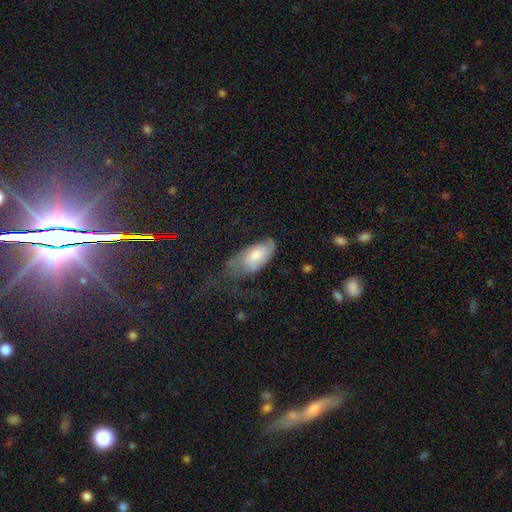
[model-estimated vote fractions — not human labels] The model was most divided on "merging": major disturbance: 34%, minor disturbance: 33%, none: 30%, merger: 3%. More confident: how rounded — in between (91%); smooth or featured — smooth (61%).